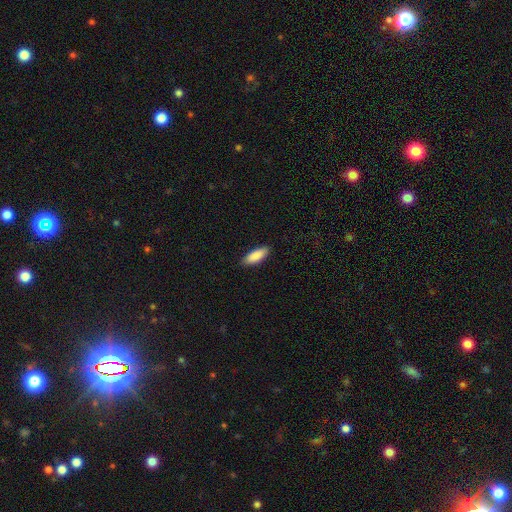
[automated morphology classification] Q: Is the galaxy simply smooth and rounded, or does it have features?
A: smooth — 89%.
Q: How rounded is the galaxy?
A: in between — 73%.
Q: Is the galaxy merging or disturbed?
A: none — 88%.